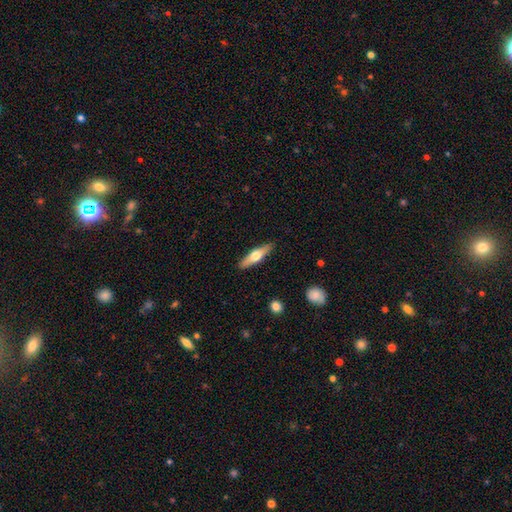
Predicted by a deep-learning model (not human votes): Smooth or featured? Predicted: smooth (p=0.49). Merging? Predicted: none (p=0.89).